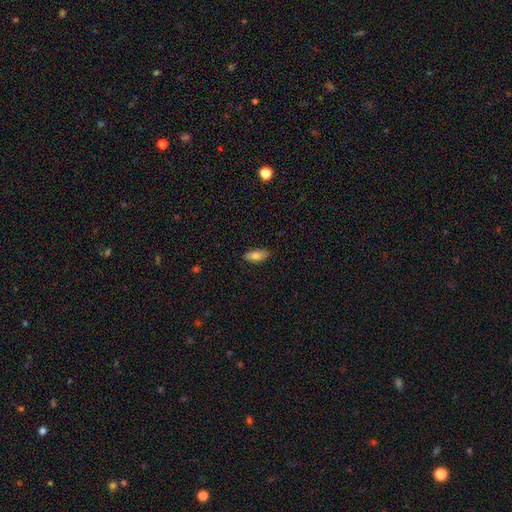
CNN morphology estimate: Smooth or featured? smooth (79%)
How rounded? in between (88%)
Merging? none (85%)